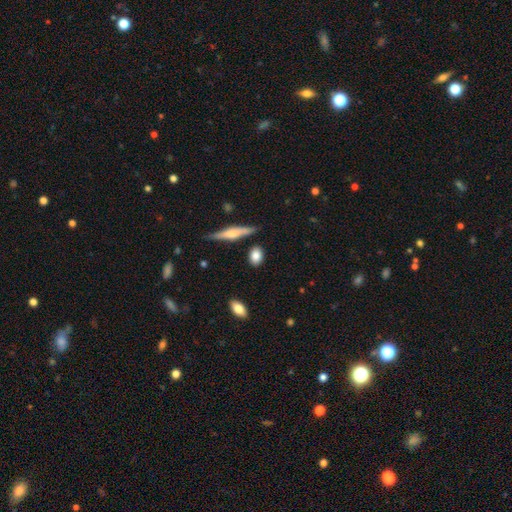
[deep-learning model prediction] This is clearly a smooth galaxy (80%). How rounded: likely in between (67%). Merging: clearly none (81%).